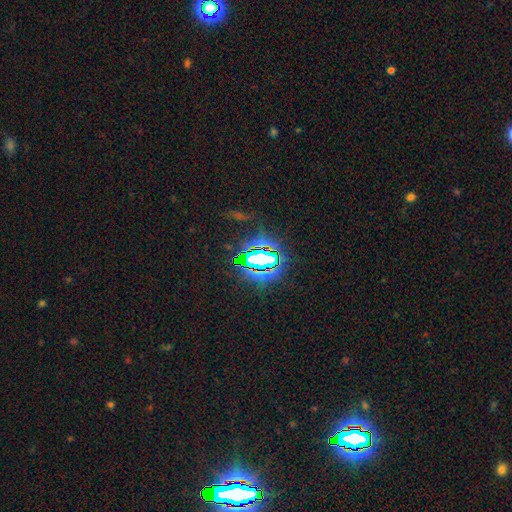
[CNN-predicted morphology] This is likely a star or artifact rather than a galaxy (70%).